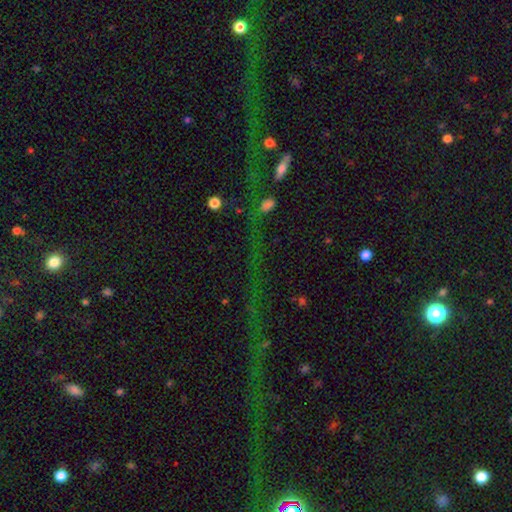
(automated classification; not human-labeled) smooth_or_featured: star or artifact (p=0.76) [alt: featured or disk p=0.14]